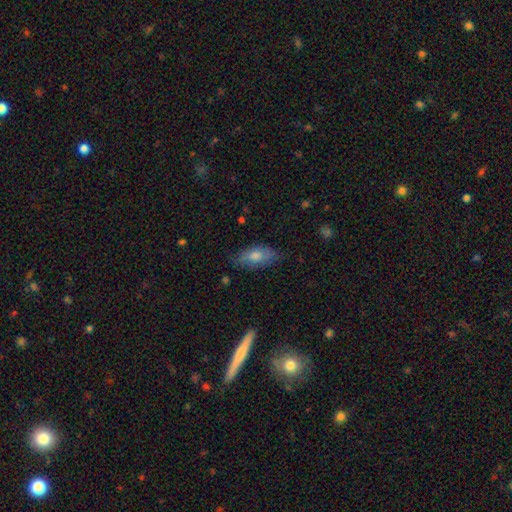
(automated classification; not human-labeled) This is likely a smooth galaxy (63%). How rounded: clearly in between (80%). Merging: likely none (74%).